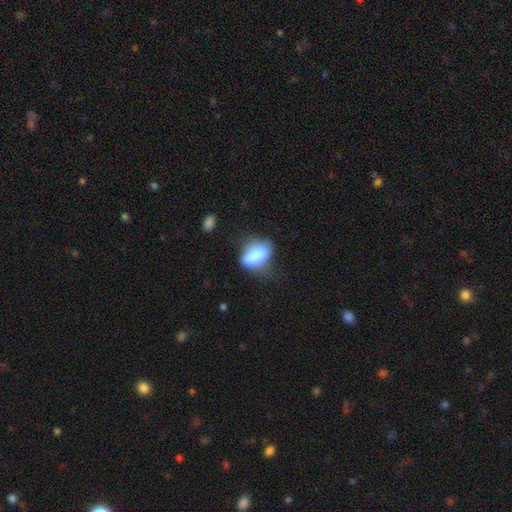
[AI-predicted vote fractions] smooth_or_featured: smooth (p=0.79) [alt: featured or disk p=0.13]
how_rounded: in between (p=0.86) [alt: round p=0.11]
merging: none (p=0.41) [alt: minor disturbance p=0.33]